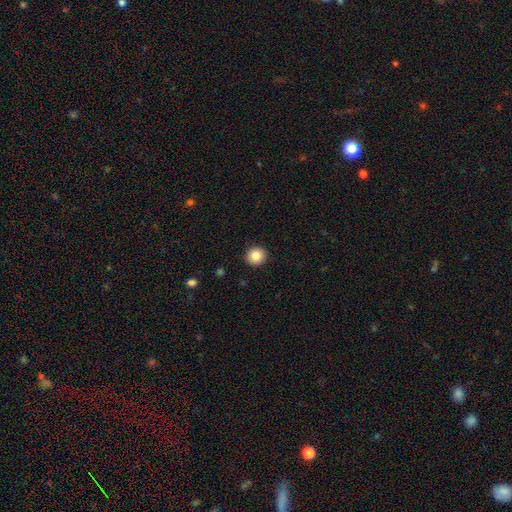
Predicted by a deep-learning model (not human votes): Smooth or featured?
  - smooth: 85% *
  - star or artifact: 9%
  - featured or disk: 5%
How rounded?
  - round: 94% *
  - in between: 5%
  - cigar-shaped: 1%
Merging?
  - none: 93% *
  - minor disturbance: 5%
  - major disturbance: 2%
  - merger: 1%